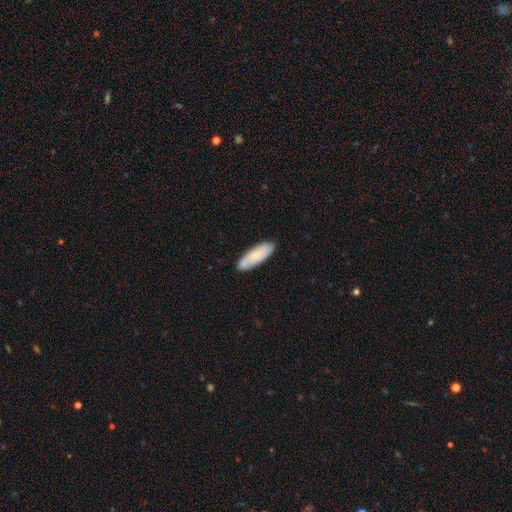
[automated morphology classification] smooth_or_featured: smooth (p=0.74) [alt: featured or disk p=0.21]
how_rounded: in between (p=0.55) [alt: cigar-shaped p=0.43]
merging: none (p=0.84) [alt: minor disturbance p=0.12]